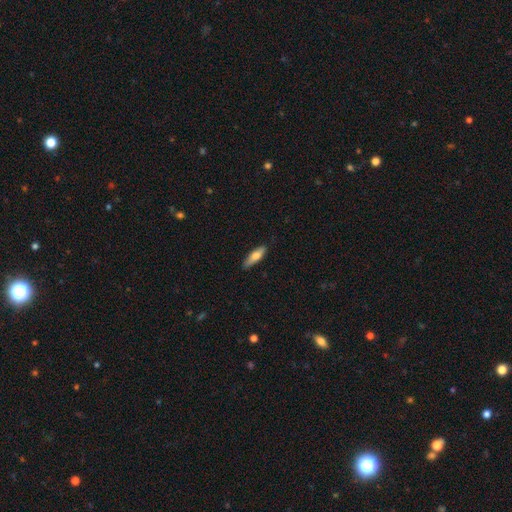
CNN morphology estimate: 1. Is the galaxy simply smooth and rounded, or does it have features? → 67% smooth, 27% featured or disk, 6% star or artifact.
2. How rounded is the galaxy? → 56% cigar-shaped, 42% in between, 2% round.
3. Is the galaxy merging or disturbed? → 86% none, 11% minor disturbance, 2% major disturbance, 1% merger.